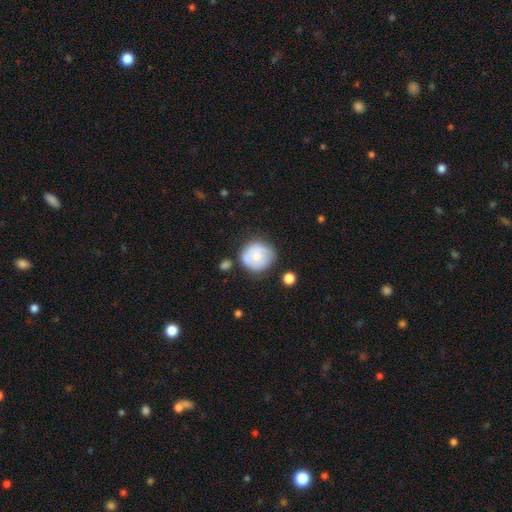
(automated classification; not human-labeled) Q: Smooth or featured?
A: smooth (60%); runner-up: featured or disk (33%)
Q: How rounded?
A: round (87%); runner-up: in between (13%)
Q: Merging?
A: none (62%); runner-up: minor disturbance (23%)